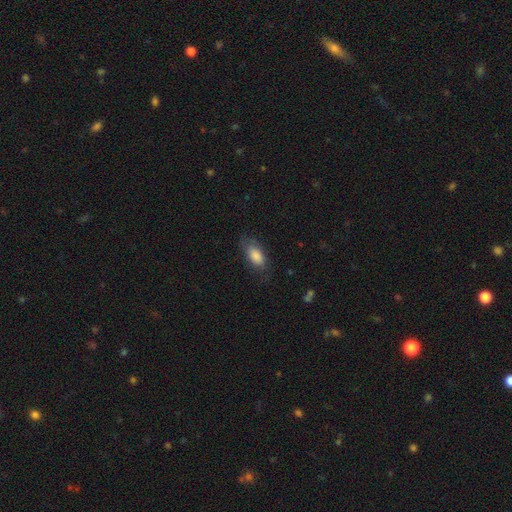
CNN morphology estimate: smooth 84%, featured or disk 9%, star or artifact 7%. Down the decision tree: how rounded — in between (88%); merging — none (69%).